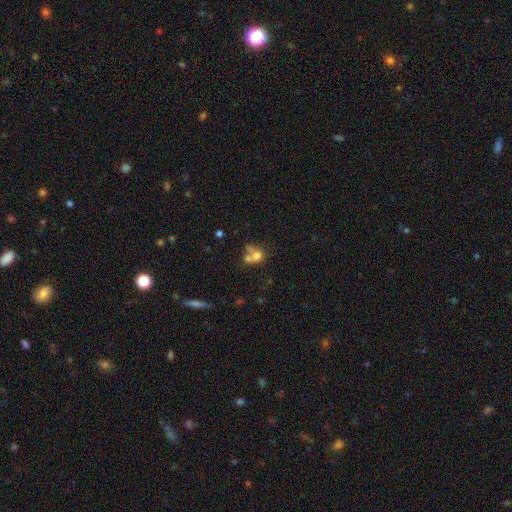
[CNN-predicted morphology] Smooth or featured? Predicted: smooth (p=0.67). How rounded? Predicted: round (p=0.64). Merging? Predicted: merger (p=0.57).